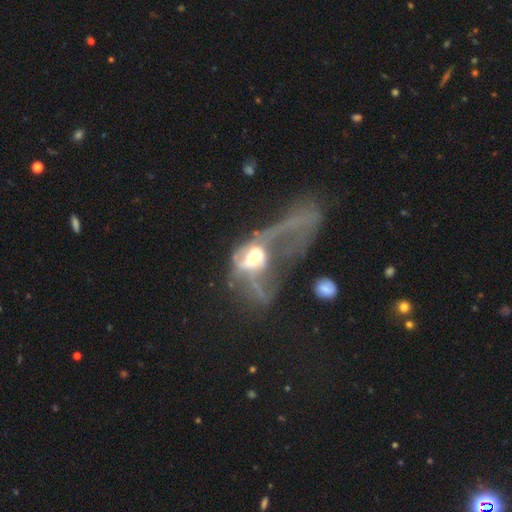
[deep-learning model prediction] The model was most divided on "bulge size": moderate: 49%, large: 29%, small: 12%, dominant: 6%, none: 4%. More confident: edge-on disk — no (91%); bar — no (64%); smooth or featured — featured or disk (63%); spiral arms — no (62%); merging — major disturbance (57%).